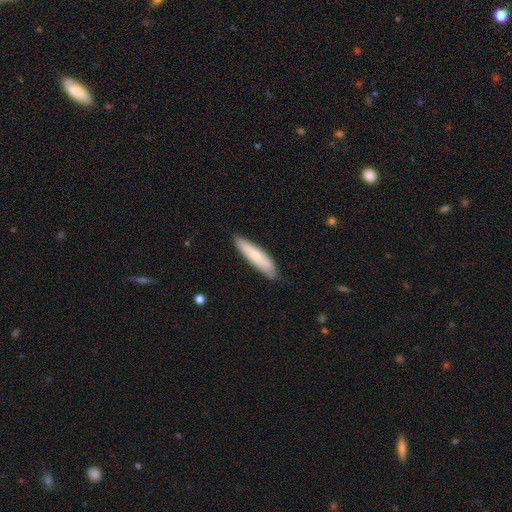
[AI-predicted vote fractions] This appears to be a smooth galaxy with no disk features (74%) that is cigar-shaped (79%). Merging: none (82%).